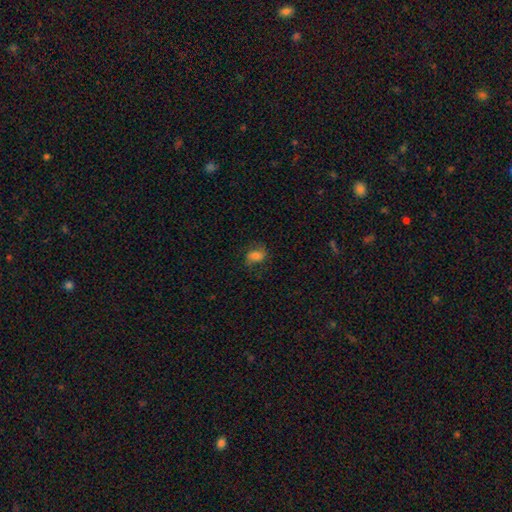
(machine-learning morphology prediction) Overall: smooth (69%). How rounded: in between (75%). Merging: none (67%).